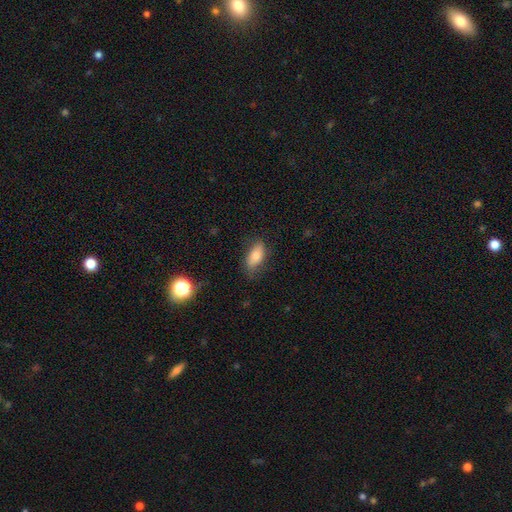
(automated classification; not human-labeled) Smooth or featured? Predicted: smooth (p=0.78). How rounded? Predicted: in between (p=0.85). Merging? Predicted: none (p=0.71).